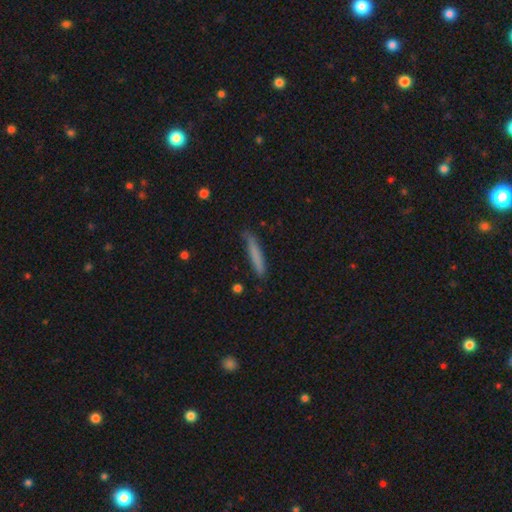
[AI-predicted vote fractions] smooth_or_featured: smooth (p=0.76) [alt: featured or disk p=0.17]
how_rounded: cigar-shaped (p=0.94) [alt: in between p=0.05]
merging: none (p=0.79) [alt: minor disturbance p=0.17]